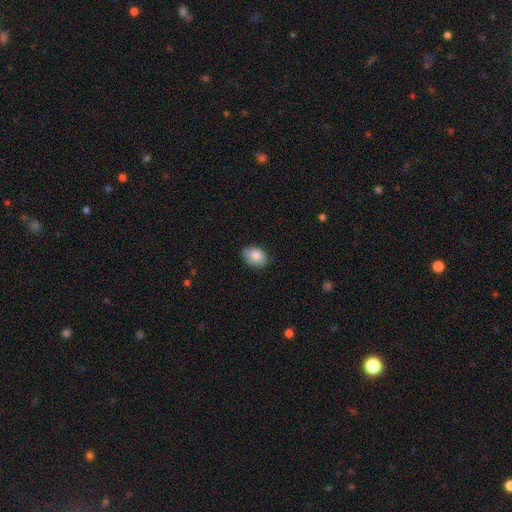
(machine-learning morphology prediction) smooth-or-featured: smooth: 83% | featured or disk: 9% | star or artifact: 7%
  how-rounded: in between: 71% | round: 28% | cigar-shaped: 1%
  merging: none: 69% | minor disturbance: 25% | major disturbance: 4% | merger: 2%